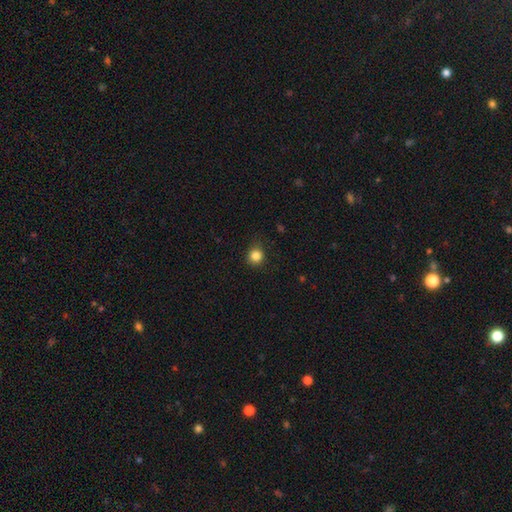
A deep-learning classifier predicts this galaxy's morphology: This is clearly a smooth galaxy (85%). How rounded: clearly round (91%). Merging: clearly none (86%).